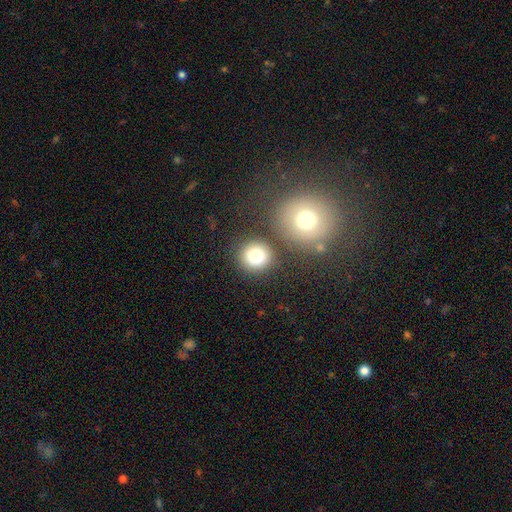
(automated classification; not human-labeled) smooth_or_featured: smooth (p=0.82) [alt: star or artifact p=0.10]
how_rounded: round (p=0.88) [alt: in between p=0.11]
merging: none (p=0.75) [alt: merger p=0.12]